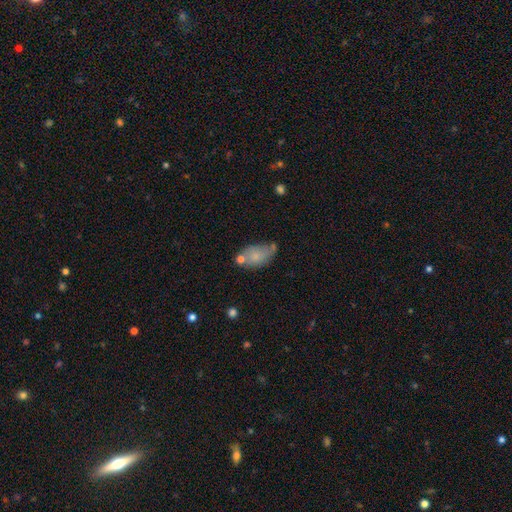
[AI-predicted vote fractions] A smooth galaxy with no disk features (72%) that is in between round and cigar-shaped (90%). Merging: none (44%).